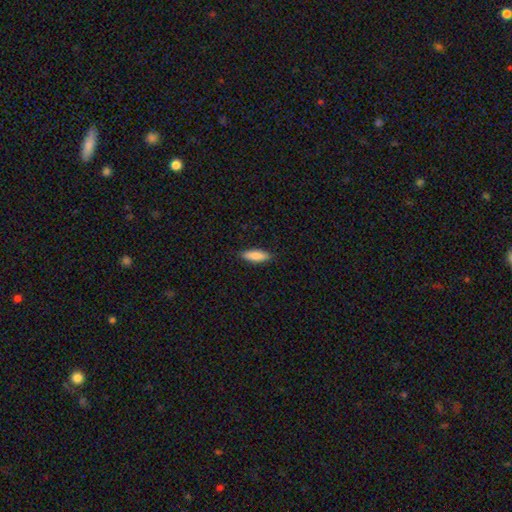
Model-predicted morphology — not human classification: The model was most divided on "how rounded": cigar-shaped: 52%, in between: 46%, round: 2%. More confident: merging — none (88%); smooth or featured — smooth (84%).